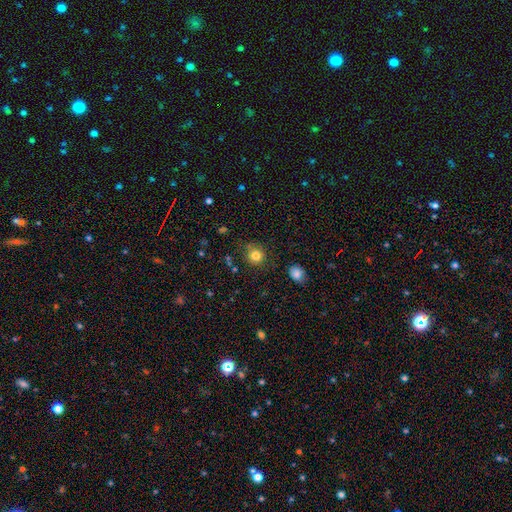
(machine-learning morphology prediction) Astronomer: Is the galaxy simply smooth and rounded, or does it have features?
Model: smooth — 82%.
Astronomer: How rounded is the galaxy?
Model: round — 92%.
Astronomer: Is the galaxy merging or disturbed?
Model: none — 82%.